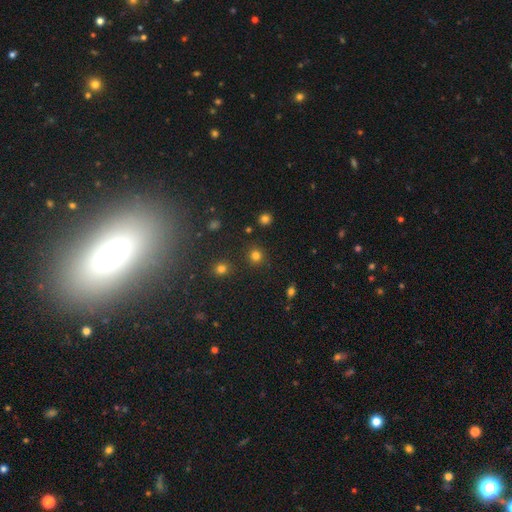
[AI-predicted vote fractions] smooth_or_featured: smooth (p=0.79) [alt: star or artifact p=0.16]
how_rounded: round (p=0.92) [alt: in between p=0.07]
merging: none (p=0.89) [alt: minor disturbance p=0.06]